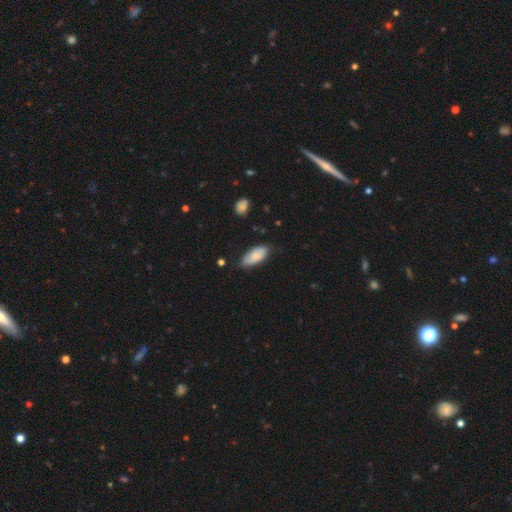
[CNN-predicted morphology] Smooth or featured? smooth (75%)
How rounded? in between (90%)
Merging? none (66%)